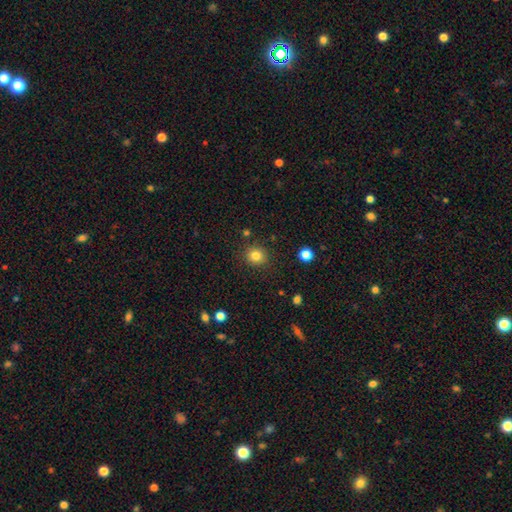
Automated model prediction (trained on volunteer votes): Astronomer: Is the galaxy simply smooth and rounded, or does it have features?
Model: smooth — 82%.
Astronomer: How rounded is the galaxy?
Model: round — 88%.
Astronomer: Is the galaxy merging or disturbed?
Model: none — 89%.